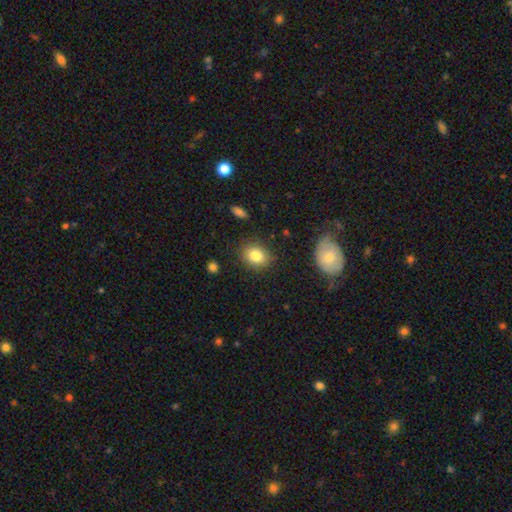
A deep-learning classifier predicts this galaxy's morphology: Smooth or featured? smooth (82%)
How rounded? round (50%)
Merging? none (84%)